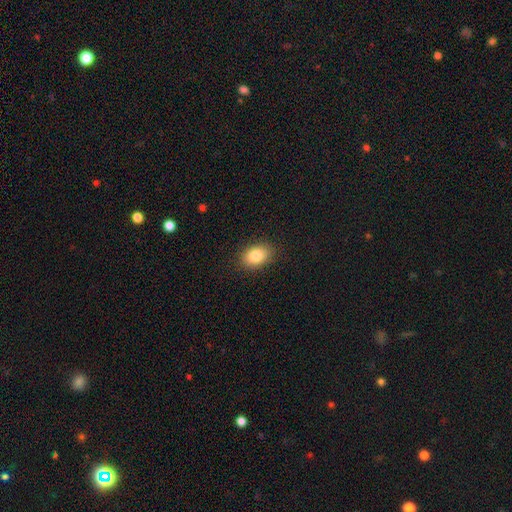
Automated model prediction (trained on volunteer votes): Smooth or featured?
  - smooth: 84% *
  - star or artifact: 8%
  - featured or disk: 8%
How rounded?
  - in between: 83% *
  - round: 16%
  - cigar-shaped: 1%
Merging?
  - none: 88% *
  - minor disturbance: 9%
  - major disturbance: 2%
  - merger: 1%